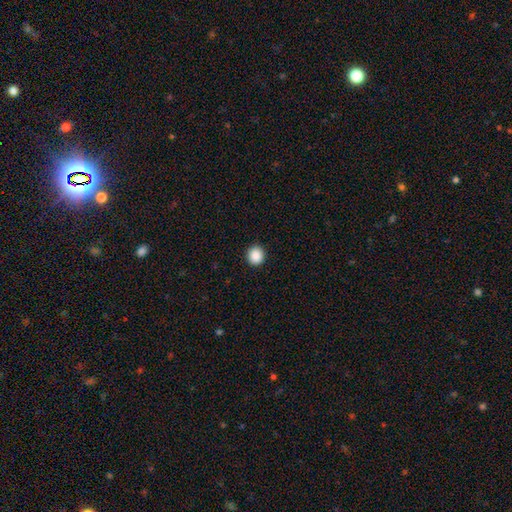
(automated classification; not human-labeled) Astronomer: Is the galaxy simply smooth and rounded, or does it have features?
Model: smooth — 89%.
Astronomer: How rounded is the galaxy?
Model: round — 88%.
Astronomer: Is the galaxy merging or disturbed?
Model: none — 92%.